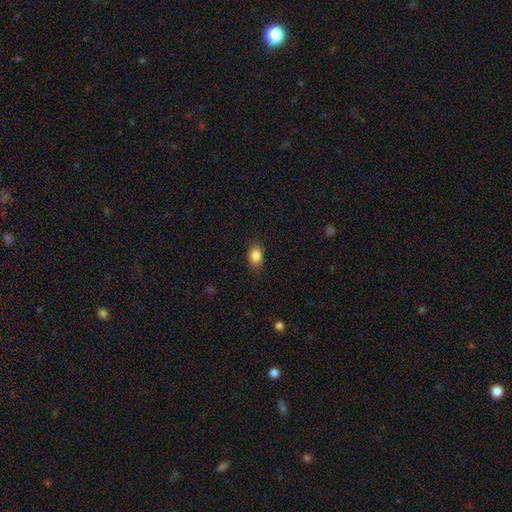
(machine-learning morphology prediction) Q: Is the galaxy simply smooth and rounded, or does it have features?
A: smooth — 85%.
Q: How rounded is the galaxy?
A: in between — 72%.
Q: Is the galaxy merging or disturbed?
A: none — 82%.